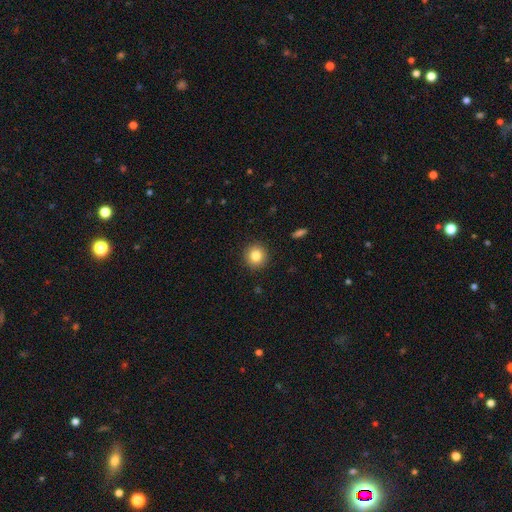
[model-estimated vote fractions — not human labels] smooth-or-featured: smooth: 83% | star or artifact: 10% | featured or disk: 7%
  how-rounded: round: 92% | in between: 7% | cigar-shaped: 1%
  merging: none: 92% | minor disturbance: 6% | major disturbance: 2% | merger: 1%